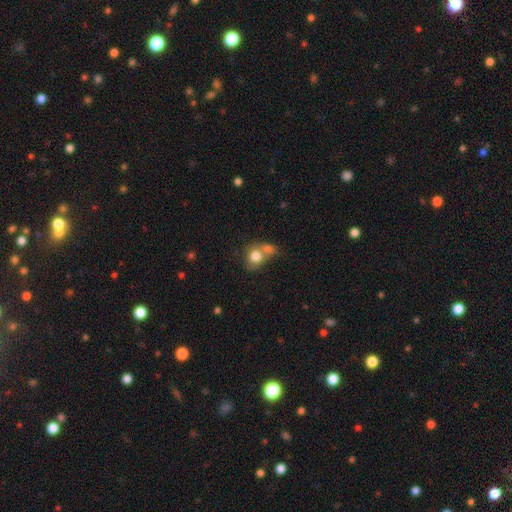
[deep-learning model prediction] Overall: smooth (78%). How rounded: round (68%; in between 31%). Merging: merger (52%; none 32%).